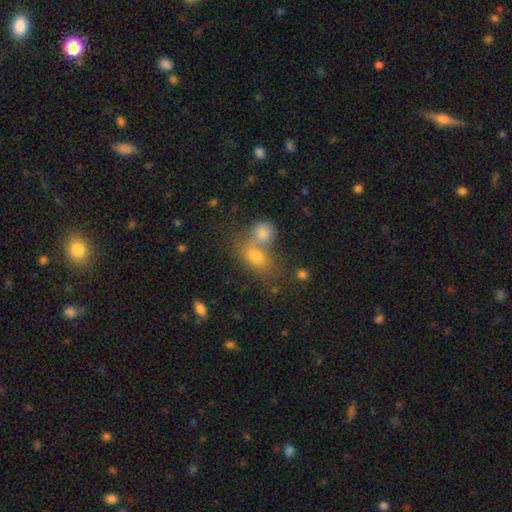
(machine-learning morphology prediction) This is likely a smooth galaxy (72%). How rounded: likely in between (70%). Merging: possibly merger (57%).